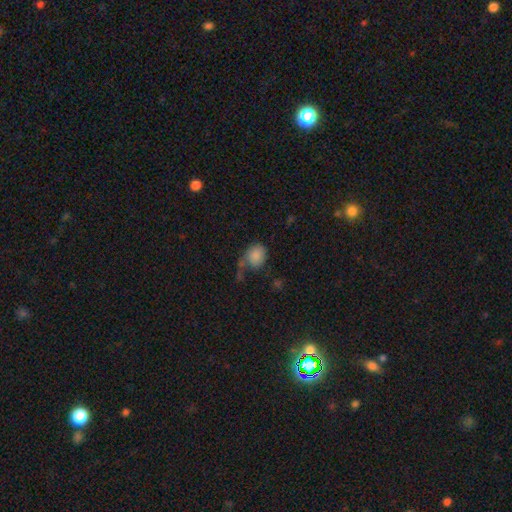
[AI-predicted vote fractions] This appears to be a smooth galaxy with no disk features (80%) that is round (50%). Merging: none (33%).